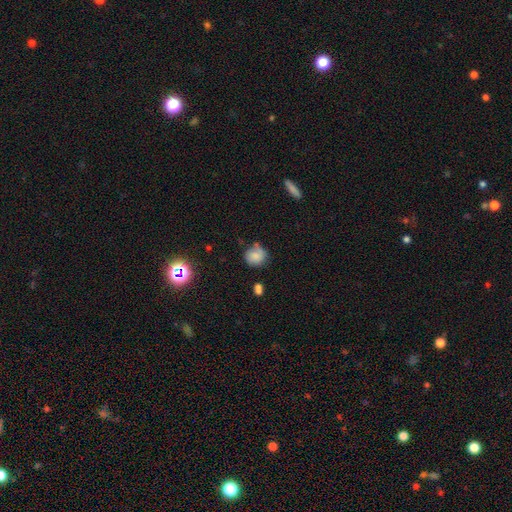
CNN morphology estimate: smooth-or-featured: smooth: 73% | featured or disk: 16% | star or artifact: 11%
  how-rounded: round: 80% | in between: 19% | cigar-shaped: 1%
  merging: none: 58% | minor disturbance: 26% | merger: 8% | major disturbance: 8%